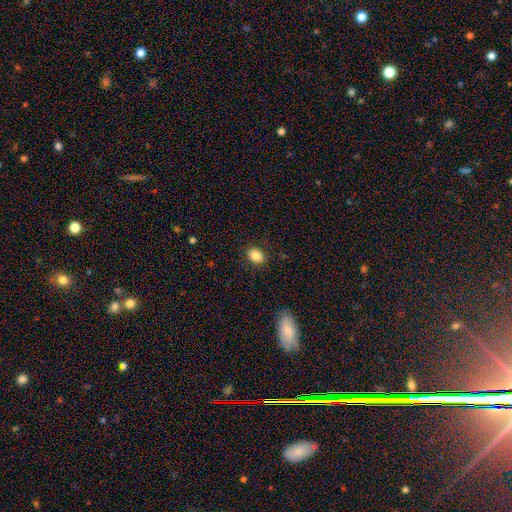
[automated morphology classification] Smooth or featured: smooth — 84% (star or artifact — 9%)
How rounded: in between — 64% (round — 35%)
Merging: none — 86% (minor disturbance — 10%)